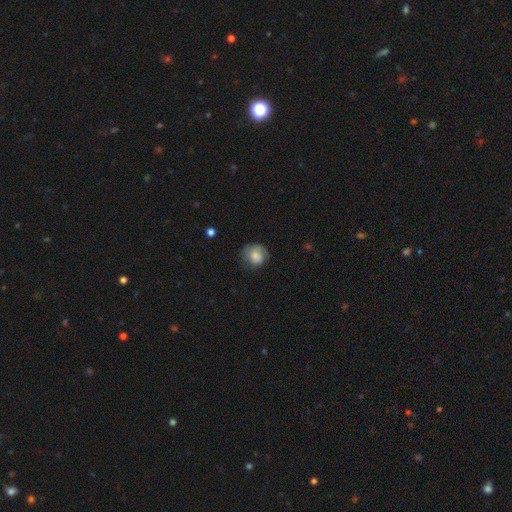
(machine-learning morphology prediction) type=smooth (79%); roundness=round (81%); merging=none (63%).